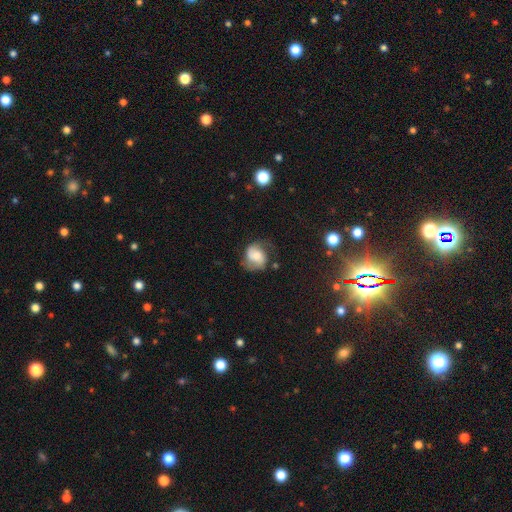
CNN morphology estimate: This is possibly a featured or disk galaxy (55%). It is clearly not viewed edge-on (97%). Bar: possibly no (53%). Spiral arm pattern: clearly yes (88%). Central bulge: marginally moderate (40%). Merging: possibly none (55%).